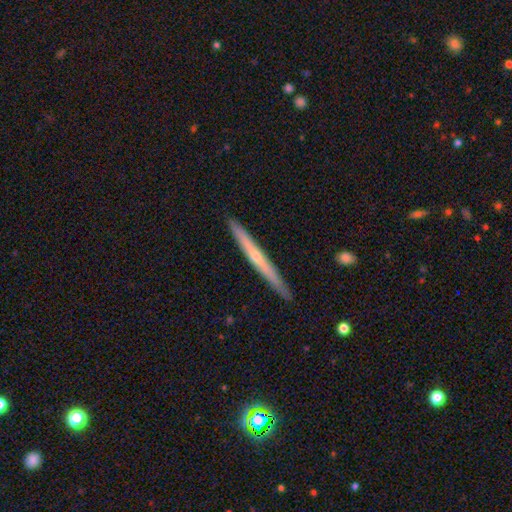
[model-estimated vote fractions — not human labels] This appears to be a featured or disk galaxy (63%) viewed edge-on (97%) with a rounded central bulge (53%). Merging: none (91%).